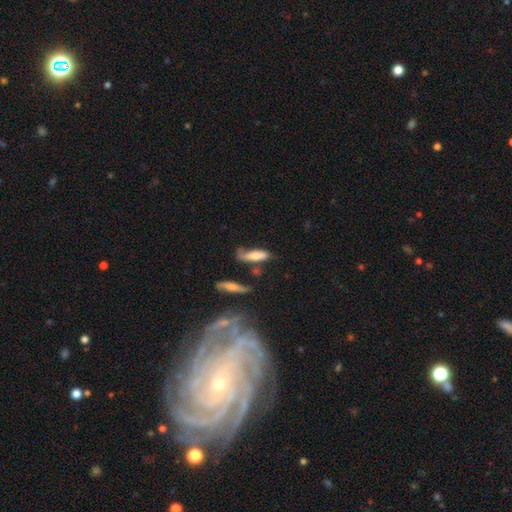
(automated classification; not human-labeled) A smooth galaxy with no disk features (69%) that is cigar-shaped (52%).

Vote fractions:
- Smooth or featured? smooth: 69% / featured or disk: 23% / star or artifact: 8%
- How rounded? cigar-shaped: 52% / in between: 46% / round: 2%
- Merging? none: 44% / minor disturbance: 30% / major disturbance: 16% / merger: 11%